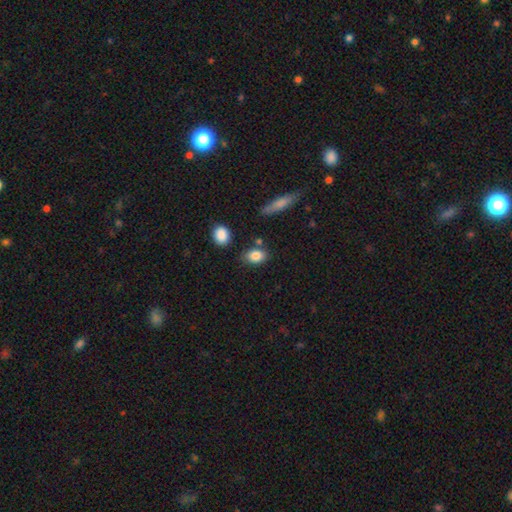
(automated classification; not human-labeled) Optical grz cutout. It shows a smooth galaxy with no disk features (85%) that is in between round and cigar-shaped (77%). Merging: none (75%).